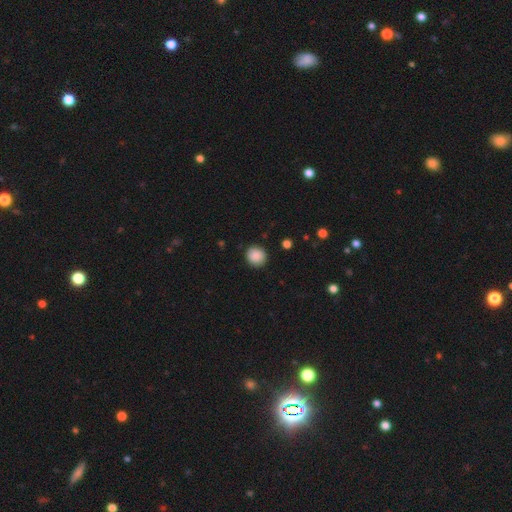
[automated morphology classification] This appears to be a smooth galaxy with no disk features (88%) that is round (89%). Merging: none (90%).